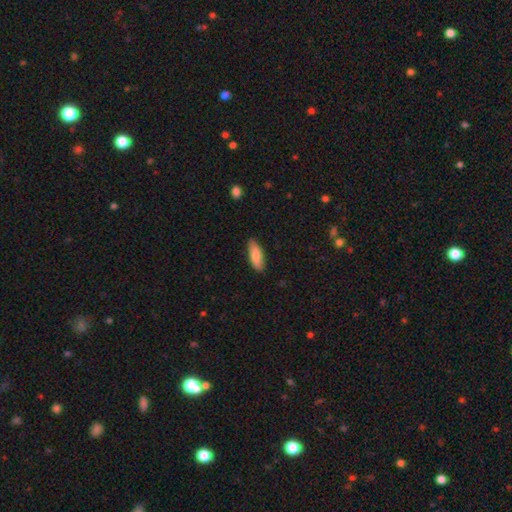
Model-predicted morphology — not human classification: smooth-or-featured: smooth: 80% | featured or disk: 14% | star or artifact: 6%
  how-rounded: in between: 59% | cigar-shaped: 39% | round: 2%
  merging: none: 85% | minor disturbance: 12% | major disturbance: 2% | merger: 1%